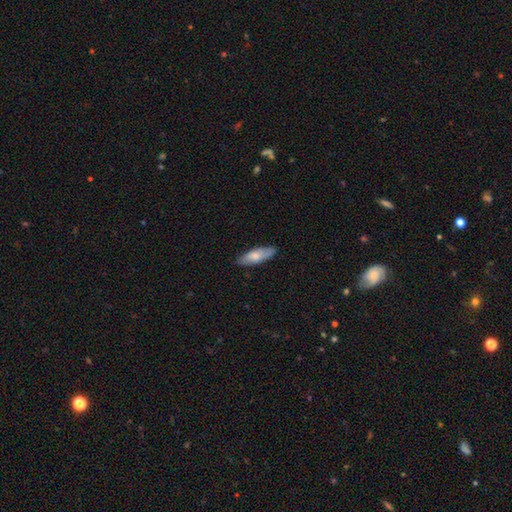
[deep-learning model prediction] A smooth galaxy with no disk features (70%) that is in between round and cigar-shaped (63%).

Vote fractions:
- Smooth or featured? smooth: 70% / featured or disk: 25% / star or artifact: 6%
- How rounded? in between: 63% / cigar-shaped: 35% / round: 2%
- Merging? none: 82% / minor disturbance: 14% / major disturbance: 2% / merger: 1%